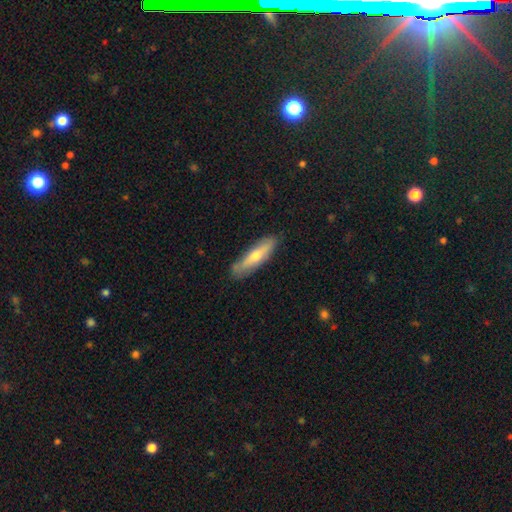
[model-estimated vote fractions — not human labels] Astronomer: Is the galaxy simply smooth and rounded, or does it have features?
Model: smooth — 59% (runner-up: featured or disk, 35%).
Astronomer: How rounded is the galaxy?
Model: cigar-shaped — 71%.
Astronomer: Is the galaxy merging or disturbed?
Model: none — 82%.